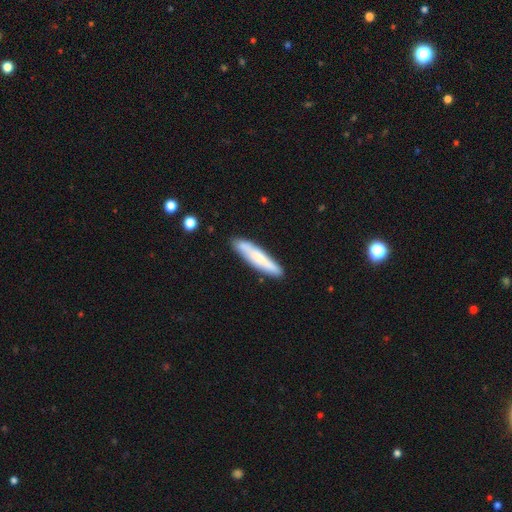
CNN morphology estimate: Overall: smooth (65%; featured or disk 28%). How rounded: cigar-shaped (88%). Merging: none (84%).